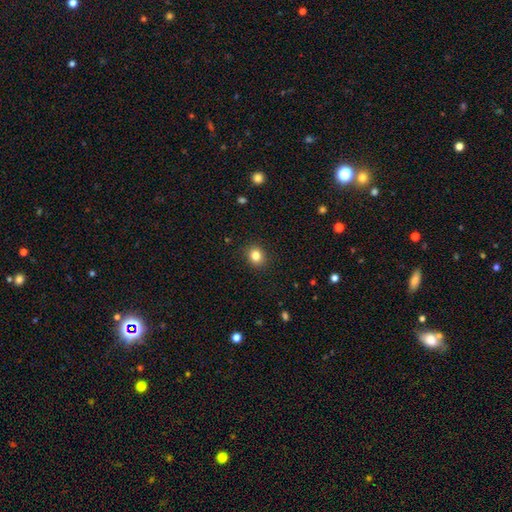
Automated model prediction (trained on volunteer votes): Smooth or featured: smooth — 83% (star or artifact — 11%)
How rounded: round — 72% (in between — 27%)
Merging: none — 91% (minor disturbance — 6%)